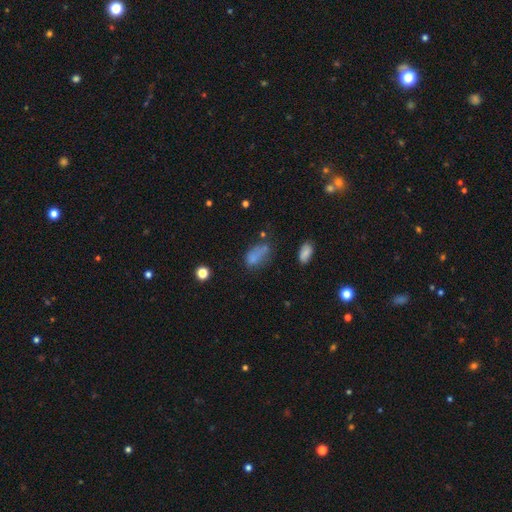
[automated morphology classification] smooth_or_featured: smooth (p=0.68) [alt: featured or disk p=0.16]
how_rounded: in between (p=0.84) [alt: round p=0.09]
merging: none (p=0.37) [alt: minor disturbance p=0.28]